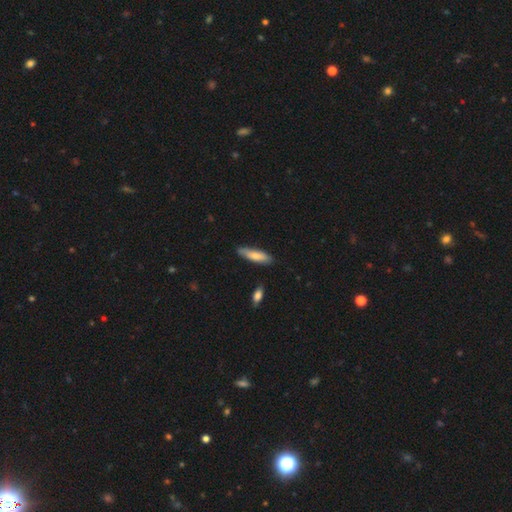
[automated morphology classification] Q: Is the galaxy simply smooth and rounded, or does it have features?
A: smooth — 74%.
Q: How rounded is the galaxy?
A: cigar-shaped — 65%.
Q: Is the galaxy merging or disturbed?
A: none — 80%.